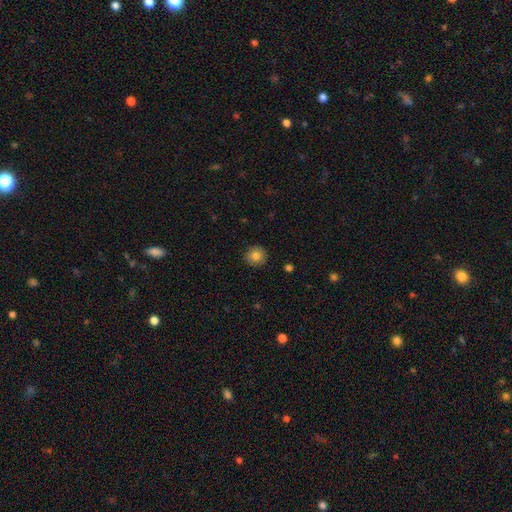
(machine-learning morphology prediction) Smooth or featured?
  - smooth: 83% *
  - star or artifact: 9%
  - featured or disk: 7%
How rounded?
  - round: 93% *
  - in between: 6%
  - cigar-shaped: 1%
Merging?
  - none: 91% *
  - minor disturbance: 7%
  - major disturbance: 2%
  - merger: 1%